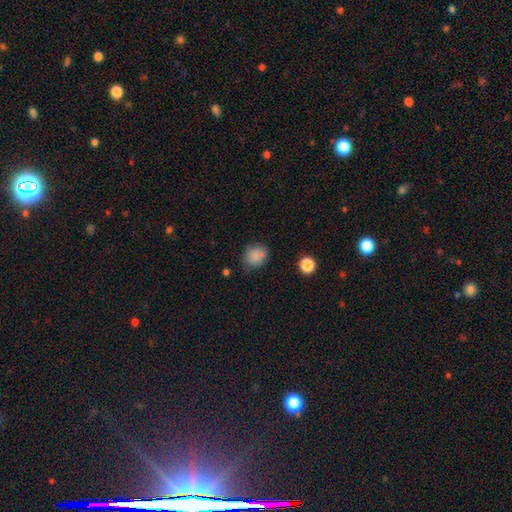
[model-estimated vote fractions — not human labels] Morphology: type=smooth (84%); roundness=round (77%); merging=none (72%).